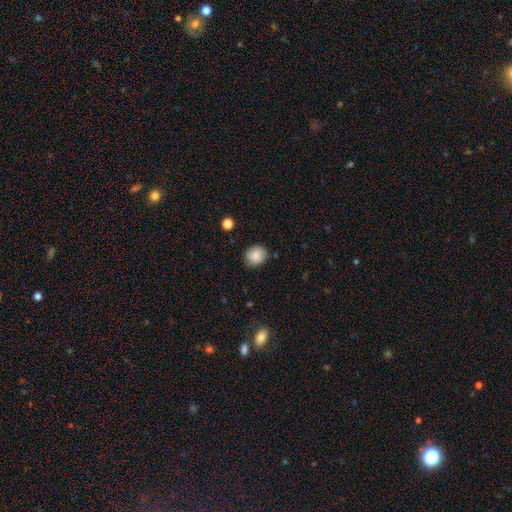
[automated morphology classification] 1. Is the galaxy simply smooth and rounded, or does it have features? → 82% smooth, 9% featured or disk, 9% star or artifact.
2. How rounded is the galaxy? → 78% round, 22% in between, 1% cigar-shaped.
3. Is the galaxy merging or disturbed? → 81% none, 15% minor disturbance, 3% major disturbance, 2% merger.